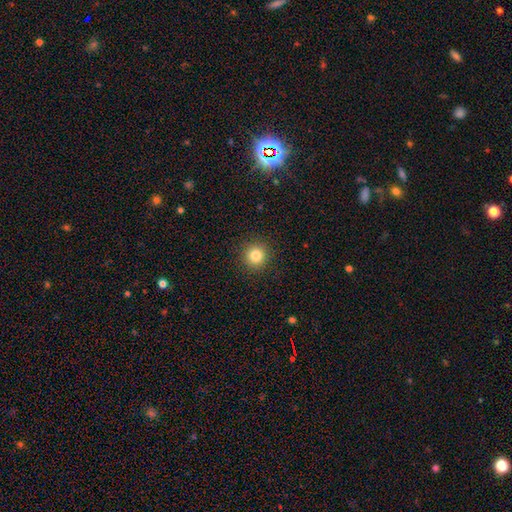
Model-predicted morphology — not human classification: smooth 82%, star or artifact 12%, featured or disk 6%. Down the decision tree: how rounded — round (95%); merging — none (92%).